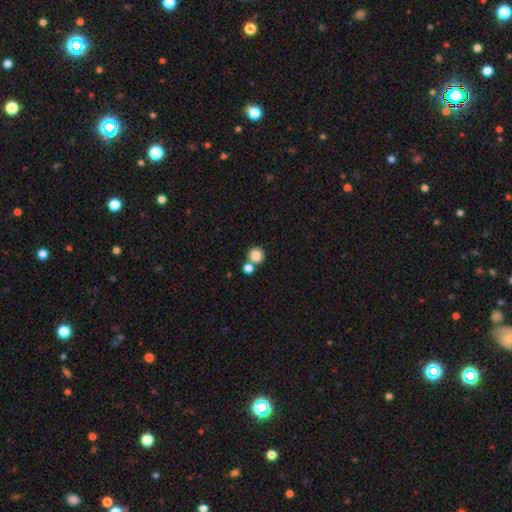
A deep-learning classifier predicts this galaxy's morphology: A smooth galaxy with no disk features (85%) that is round (90%).

Vote fractions:
- Smooth or featured? smooth: 85% / star or artifact: 10% / featured or disk: 5%
- How rounded? round: 90% / in between: 9% / cigar-shaped: 1%
- Merging? none: 59% / merger: 30% / minor disturbance: 7% / major disturbance: 3%